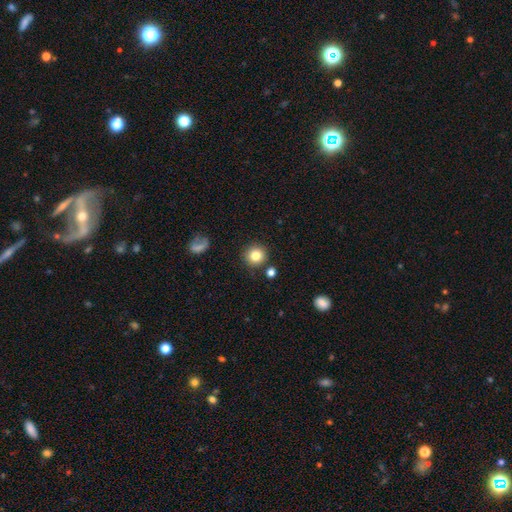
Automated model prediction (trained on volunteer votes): smooth_or_featured: smooth (p=0.81) [alt: star or artifact p=0.11]
how_rounded: round (p=0.92) [alt: in between p=0.07]
merging: none (p=0.86) [alt: minor disturbance p=0.07]